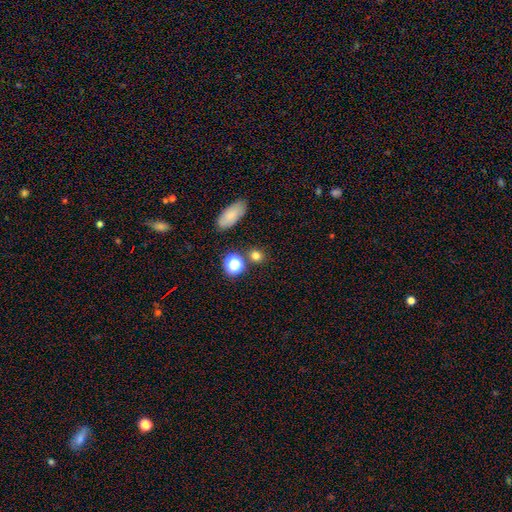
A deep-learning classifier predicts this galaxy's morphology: Smooth or featured?
  - smooth: 76% *
  - star or artifact: 18%
  - featured or disk: 6%
How rounded?
  - round: 80% *
  - in between: 18%
  - cigar-shaped: 2%
Merging?
  - none: 79% *
  - minor disturbance: 9%
  - merger: 8%
  - major disturbance: 3%